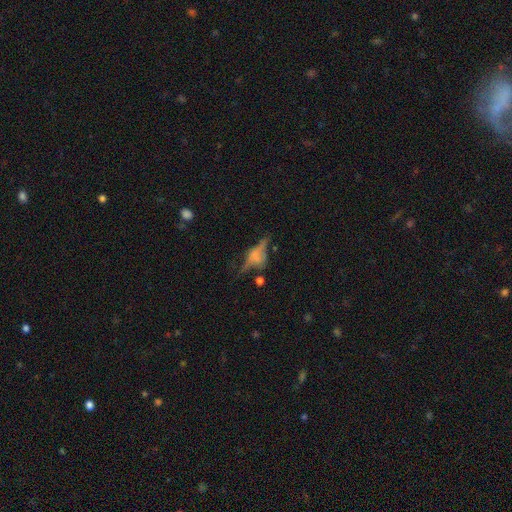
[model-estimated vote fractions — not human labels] This is possibly a featured or disk galaxy (52%). It is likely viewed edge-on (75%). Merging: possibly none (46%).